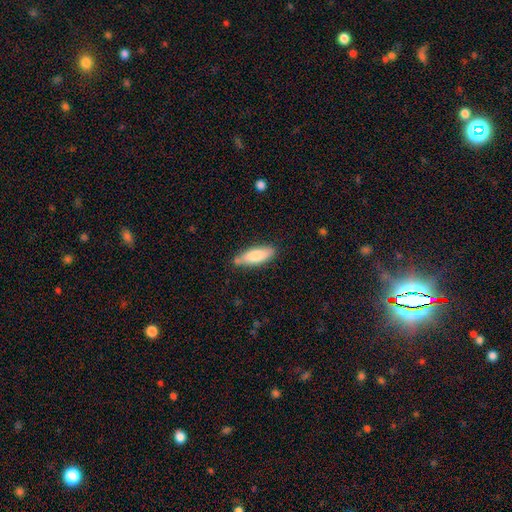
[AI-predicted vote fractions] smooth-or-featured: smooth: 80% | featured or disk: 14% | star or artifact: 6%
  how-rounded: in between: 57% | cigar-shaped: 41% | round: 2%
  merging: none: 73% | minor disturbance: 19% | merger: 5% | major disturbance: 3%